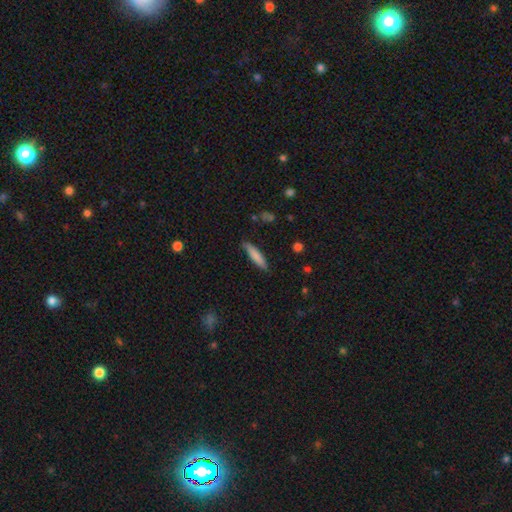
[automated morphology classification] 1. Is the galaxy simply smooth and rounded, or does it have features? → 79% smooth, 15% featured or disk, 6% star or artifact.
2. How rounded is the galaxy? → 85% cigar-shaped, 13% in between, 1% round.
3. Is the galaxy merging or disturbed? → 84% none, 12% minor disturbance, 2% major disturbance, 1% merger.